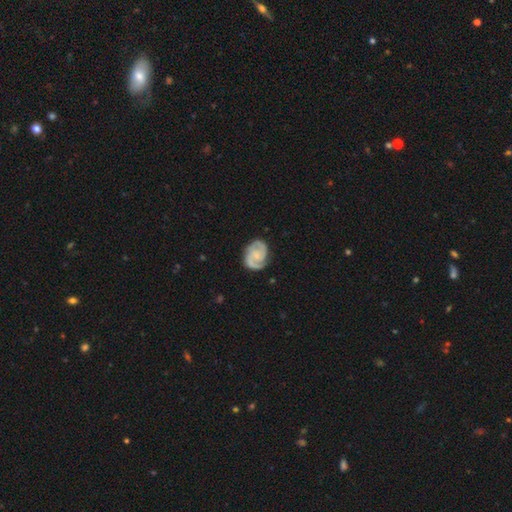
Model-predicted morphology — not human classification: featured or disk 86%, smooth 10%, star or artifact 5%. Down the decision tree: edge-on disk — no (98%); bar — no (61%); spiral arms — yes (98%); spiral arm count — 2 (86%); spiral winding — tight (48%); bulge size — small (45%); merging — none (80%).